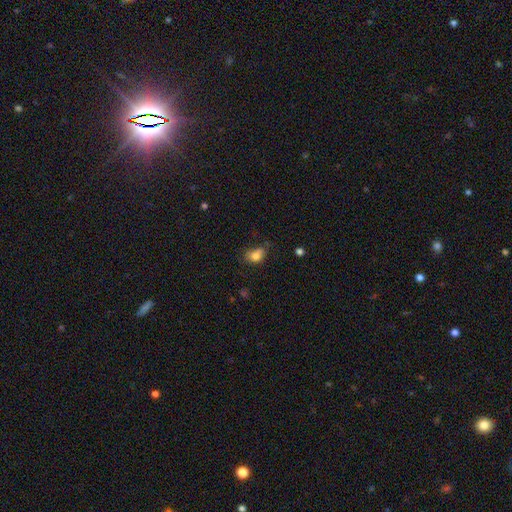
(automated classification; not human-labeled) smooth-or-featured: smooth: 78% | featured or disk: 11% | star or artifact: 11%
  how-rounded: in between: 69% | round: 29% | cigar-shaped: 2%
  merging: none: 46% | minor disturbance: 31% | major disturbance: 13% | merger: 10%